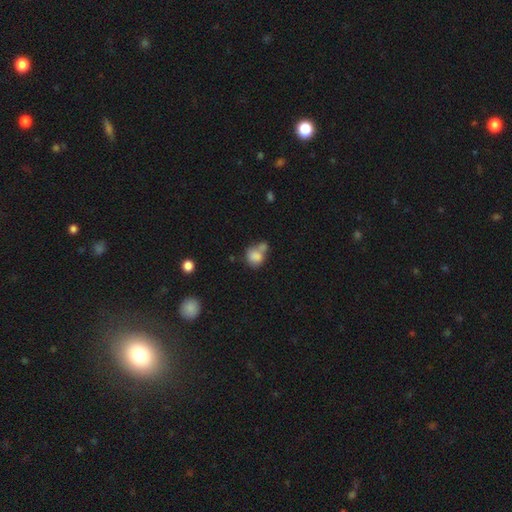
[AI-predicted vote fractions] smooth-or-featured: smooth: 81% | star or artifact: 9% | featured or disk: 9%
  how-rounded: round: 70% | in between: 29% | cigar-shaped: 1%
  merging: merger: 44% | none: 34% | minor disturbance: 14% | major disturbance: 7%